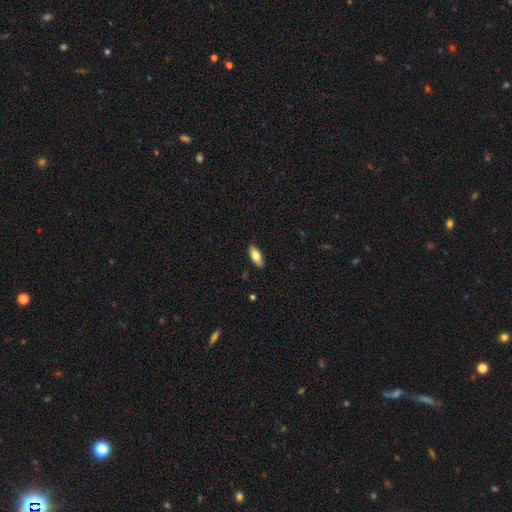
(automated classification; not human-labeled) Smooth or featured? Predicted: smooth (p=0.73). How rounded? Predicted: in between (p=0.79). Merging? Predicted: none (p=0.89).